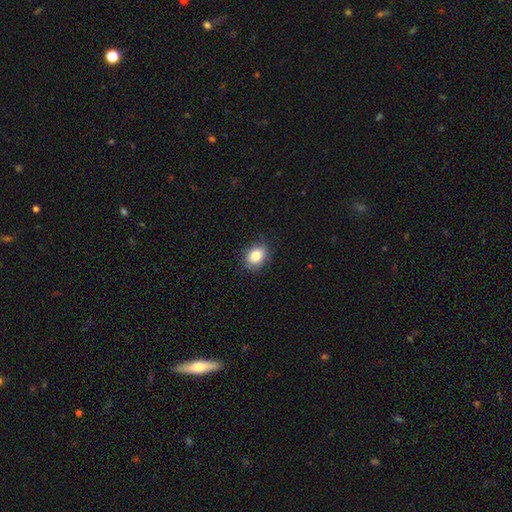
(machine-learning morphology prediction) smooth 86%, star or artifact 8%, featured or disk 5%. Down the decision tree: how rounded — in between (63%); merging — none (79%).